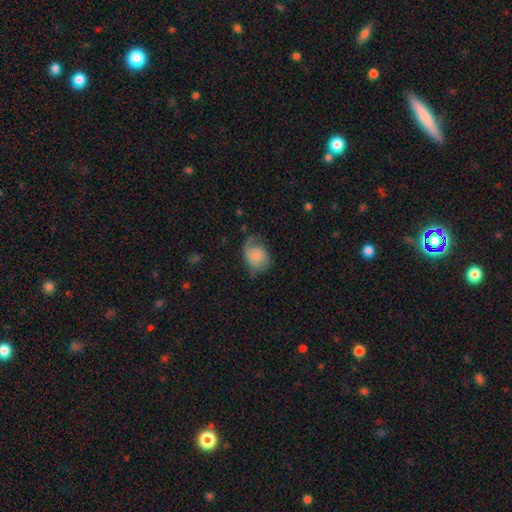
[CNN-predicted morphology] Smooth or featured? Predicted: smooth (p=0.51). How rounded? Predicted: in between (p=0.59). Merging? Predicted: none (p=0.45).